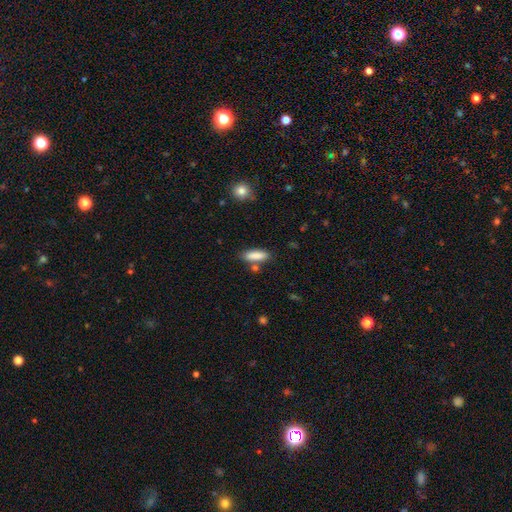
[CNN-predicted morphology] Smooth or featured? Predicted: smooth (p=0.86). How rounded? Predicted: in between (p=0.53). Merging? Predicted: none (p=0.77).